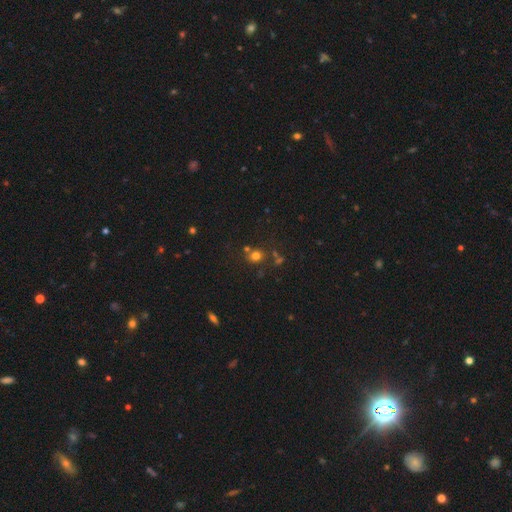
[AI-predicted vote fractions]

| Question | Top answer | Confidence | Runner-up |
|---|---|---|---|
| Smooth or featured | smooth | 70% | star or artifact (21%) |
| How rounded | round | 78% | in between (21%) |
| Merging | none | 67% | merger (18%) |